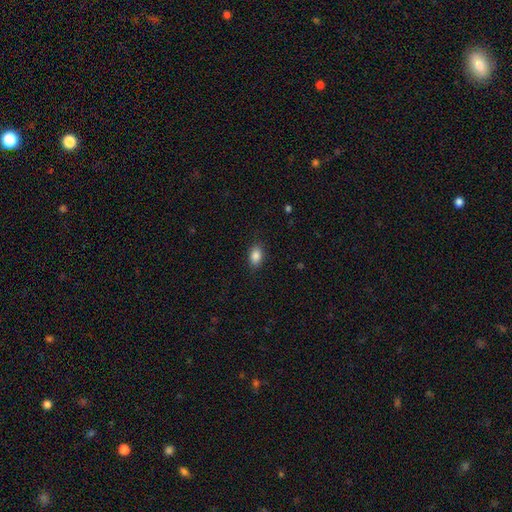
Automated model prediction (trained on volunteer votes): Smooth or featured?
  - smooth: 87% *
  - star or artifact: 8%
  - featured or disk: 5%
How rounded?
  - in between: 85% *
  - round: 13%
  - cigar-shaped: 2%
Merging?
  - none: 87% *
  - minor disturbance: 10%
  - major disturbance: 3%
  - merger: 1%